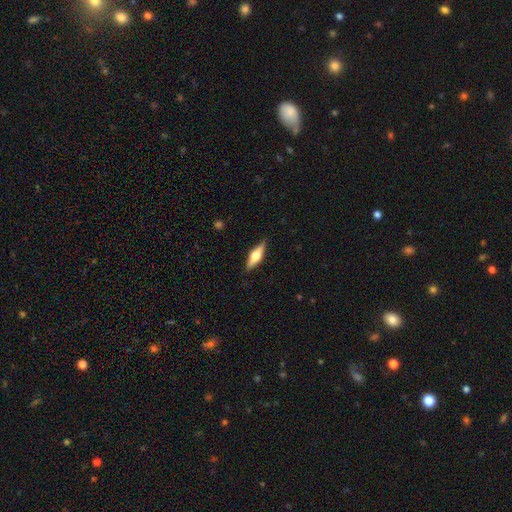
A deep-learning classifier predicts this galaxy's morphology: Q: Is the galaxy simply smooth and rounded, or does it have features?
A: featured or disk — 52%.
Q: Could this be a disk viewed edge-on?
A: yes — 94%.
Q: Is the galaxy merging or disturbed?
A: none — 87%.